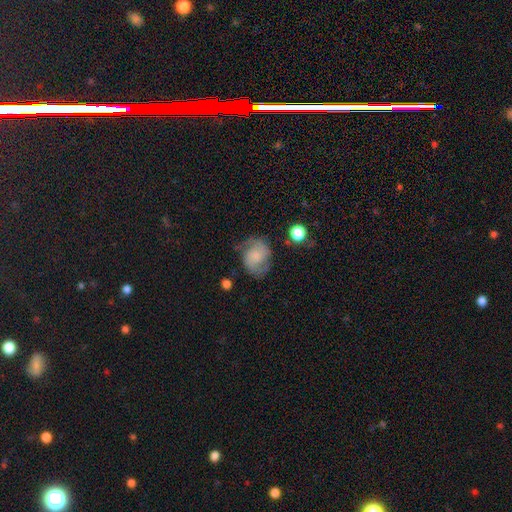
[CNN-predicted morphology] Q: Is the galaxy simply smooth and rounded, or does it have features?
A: featured or disk — 68%.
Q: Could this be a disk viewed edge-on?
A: no — 98%.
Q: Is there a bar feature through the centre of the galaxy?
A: no — 65%.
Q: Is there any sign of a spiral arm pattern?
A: yes — 94%.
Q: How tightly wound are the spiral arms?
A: medium — 50%.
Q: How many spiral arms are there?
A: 2 — 87%.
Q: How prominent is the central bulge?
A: small — 38%.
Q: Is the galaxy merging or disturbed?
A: none — 69%.